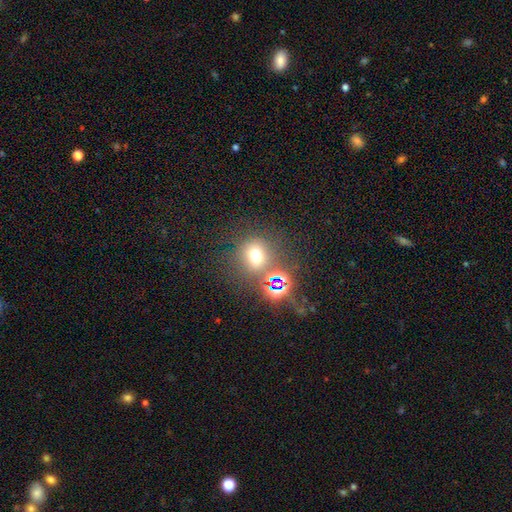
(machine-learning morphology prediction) Smooth or featured? Predicted: smooth (p=0.59). How rounded? Predicted: round (p=0.83). Merging? Predicted: none (p=0.47).